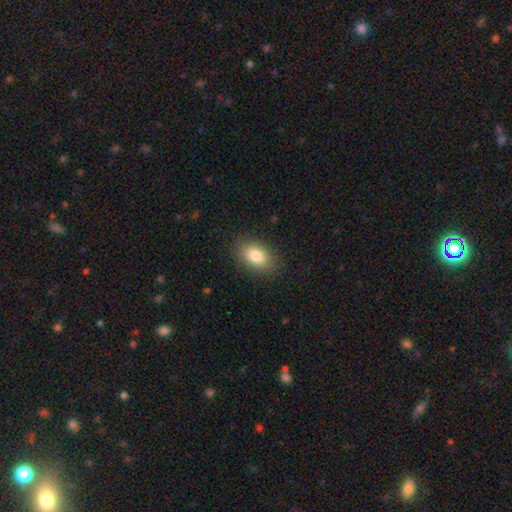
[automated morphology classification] Q: Smooth or featured?
A: smooth (83%); runner-up: featured or disk (9%)
Q: How rounded?
A: in between (89%); runner-up: round (9%)
Q: Merging?
A: none (86%); runner-up: minor disturbance (10%)